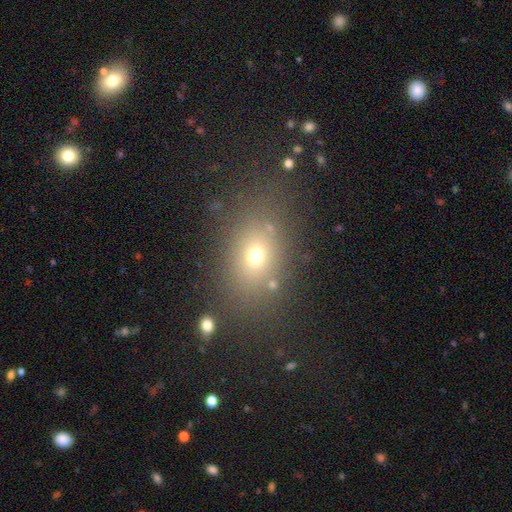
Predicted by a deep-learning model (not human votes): Morphology: type=smooth (67%); roundness=in between (64%); merging=none (77%).